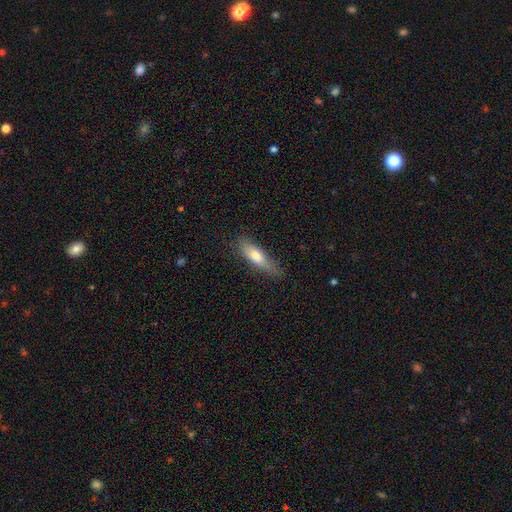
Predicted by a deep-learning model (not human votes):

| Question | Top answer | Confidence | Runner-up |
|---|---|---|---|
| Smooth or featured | smooth | 68% | featured or disk (26%) |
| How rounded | cigar-shaped | 63% | in between (35%) |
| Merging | none | 74% | minor disturbance (21%) |